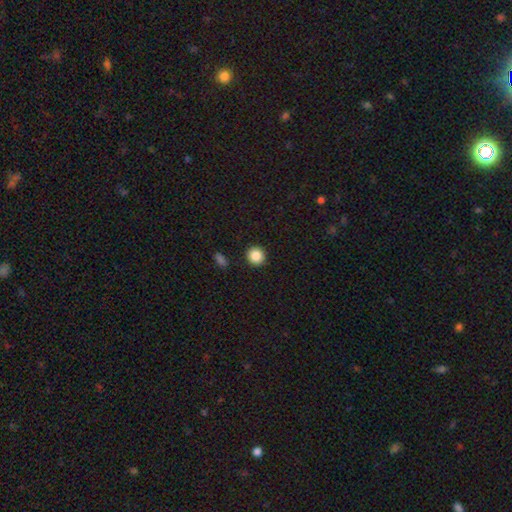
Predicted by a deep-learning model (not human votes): Overall: smooth (86%). How rounded: round (91%). Merging: none (92%).